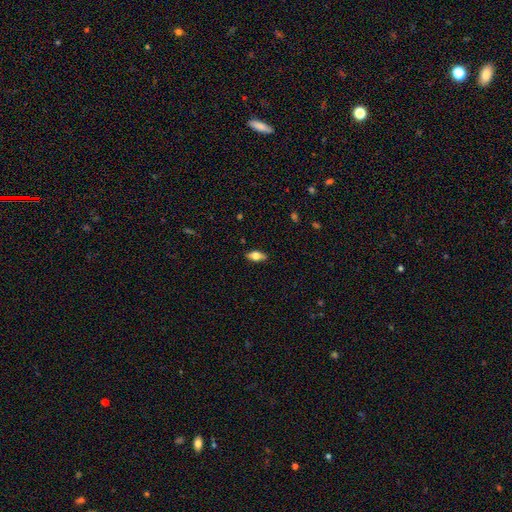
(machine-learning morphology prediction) Smooth or featured?
  - smooth: 63% *
  - featured or disk: 30%
  - star or artifact: 8%
How rounded?
  - in between: 81% *
  - cigar-shaped: 15%
  - round: 4%
Merging?
  - none: 85% *
  - minor disturbance: 11%
  - major disturbance: 2%
  - merger: 1%